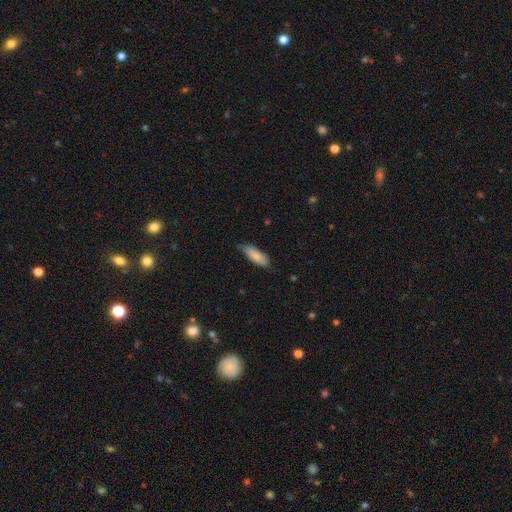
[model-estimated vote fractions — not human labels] This is clearly a smooth galaxy (84%). How rounded: likely in between (60%). Merging: likely none (66%).